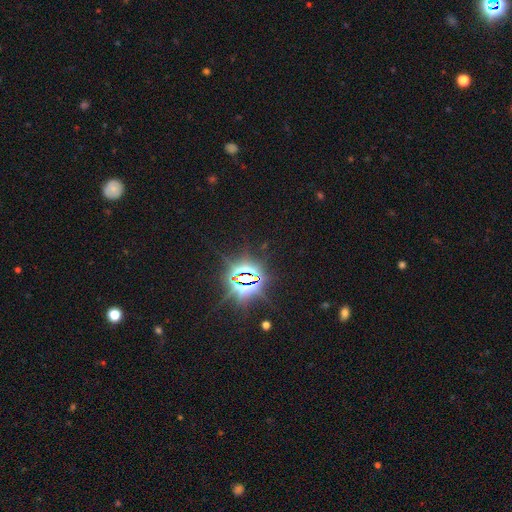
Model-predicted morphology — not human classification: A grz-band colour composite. It shows a star or artifact, not a galaxy (84%).